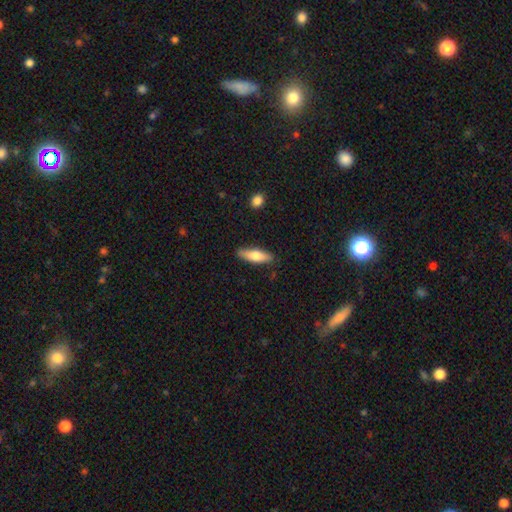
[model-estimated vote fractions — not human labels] This is likely a smooth galaxy (72%). How rounded: possibly cigar-shaped (52%). Merging: clearly none (86%).